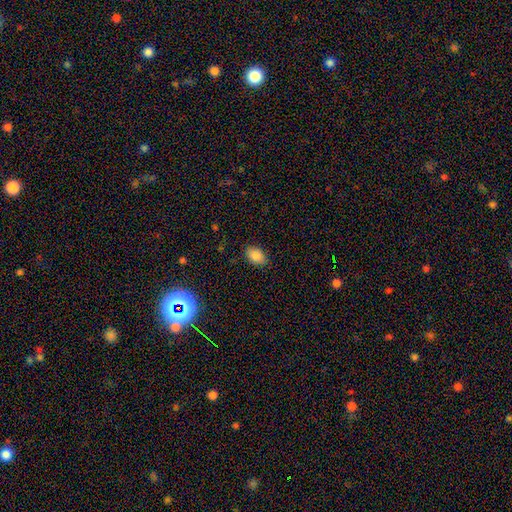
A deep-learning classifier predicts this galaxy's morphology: Q: Smooth or featured?
A: smooth (85%); runner-up: star or artifact (9%)
Q: How rounded?
A: in between (89%); runner-up: round (10%)
Q: Merging?
A: none (85%); runner-up: minor disturbance (12%)